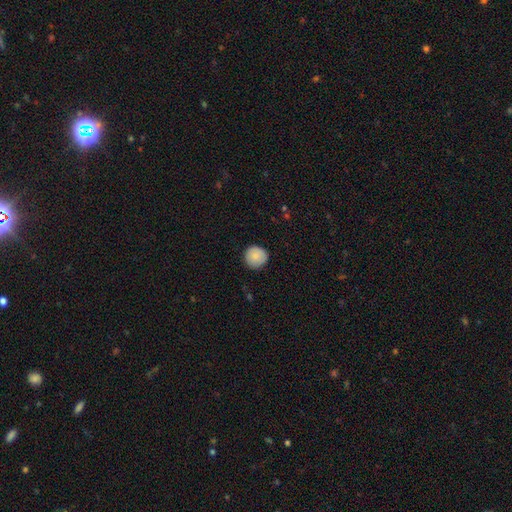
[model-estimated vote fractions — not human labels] Smooth or featured? smooth (86%)
How rounded? round (93%)
Merging? none (88%)